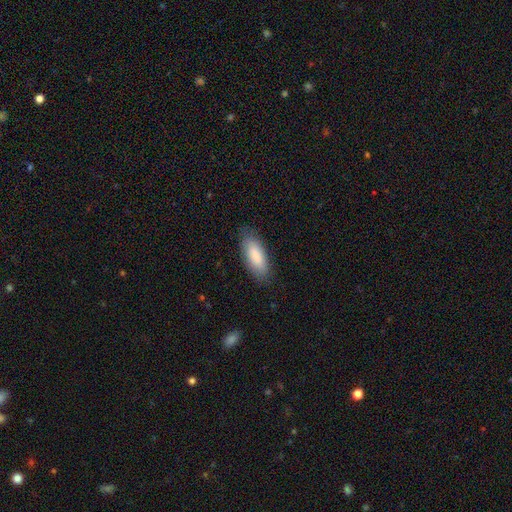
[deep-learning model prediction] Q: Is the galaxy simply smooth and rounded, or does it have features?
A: smooth — 83%.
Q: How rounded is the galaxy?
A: in between — 81%.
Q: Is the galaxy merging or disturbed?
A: none — 83%.